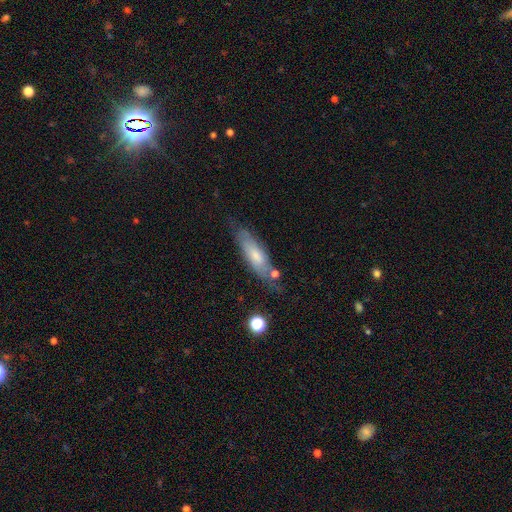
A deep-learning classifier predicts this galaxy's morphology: smooth-or-featured: smooth: 57% | featured or disk: 36% | star or artifact: 7%
  how-rounded: cigar-shaped: 58% | in between: 40% | round: 2%
  merging: none: 62% | minor disturbance: 23% | major disturbance: 8% | merger: 7%